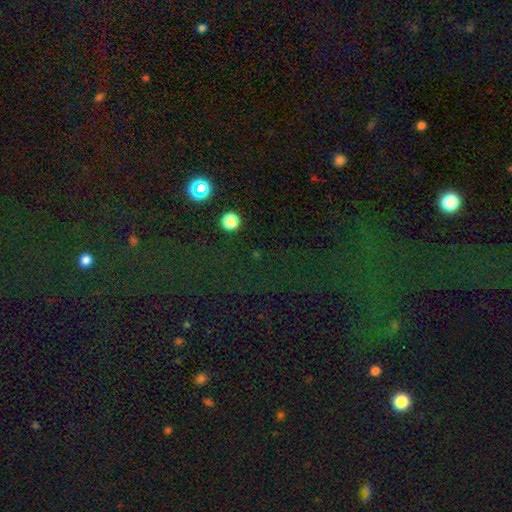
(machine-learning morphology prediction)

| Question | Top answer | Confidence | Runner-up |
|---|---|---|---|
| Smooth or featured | star or artifact | 68% | smooth (19%) |